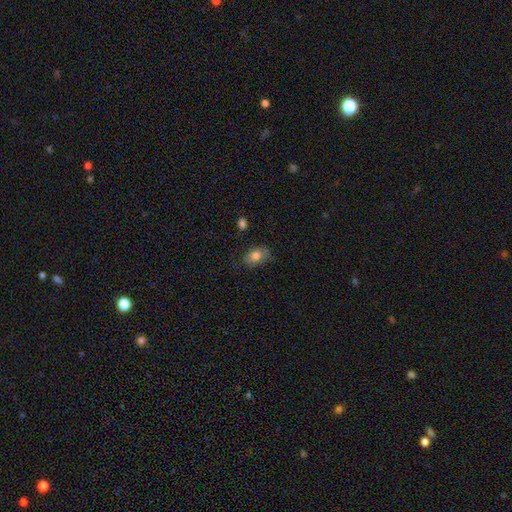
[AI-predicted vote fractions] Q: Smooth or featured?
A: smooth (80%); runner-up: featured or disk (11%)
Q: How rounded?
A: in between (80%); runner-up: round (18%)
Q: Merging?
A: none (68%); runner-up: minor disturbance (23%)